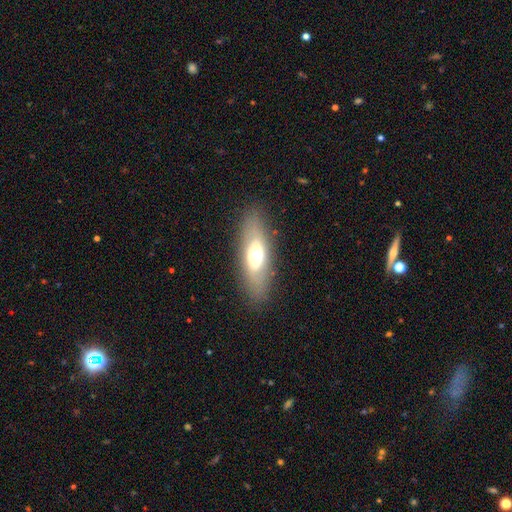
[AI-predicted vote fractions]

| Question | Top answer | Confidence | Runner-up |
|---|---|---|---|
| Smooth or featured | smooth | 53% | featured or disk (39%) |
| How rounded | in between | 70% | cigar-shaped (26%) |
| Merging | none | 84% | minor disturbance (11%) |